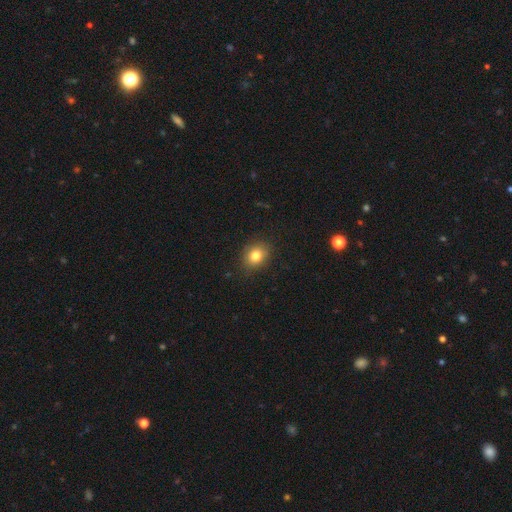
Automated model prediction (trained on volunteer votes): Smooth or featured? Predicted: smooth (p=0.81). How rounded? Predicted: round (p=0.51). Merging? Predicted: none (p=0.86).